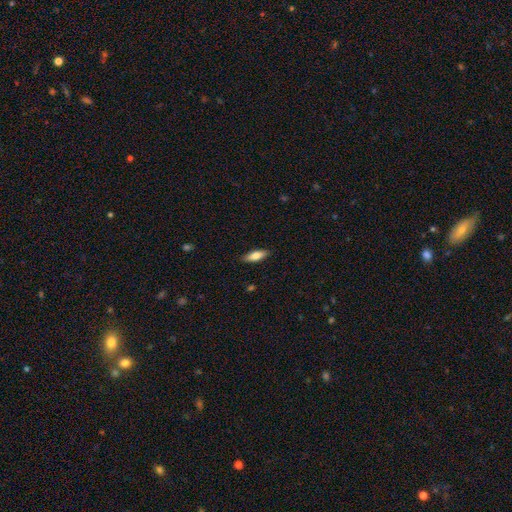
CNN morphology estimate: This appears to be a smooth galaxy with no disk features (75%) that is in between round and cigar-shaped (59%). Merging: none (88%).